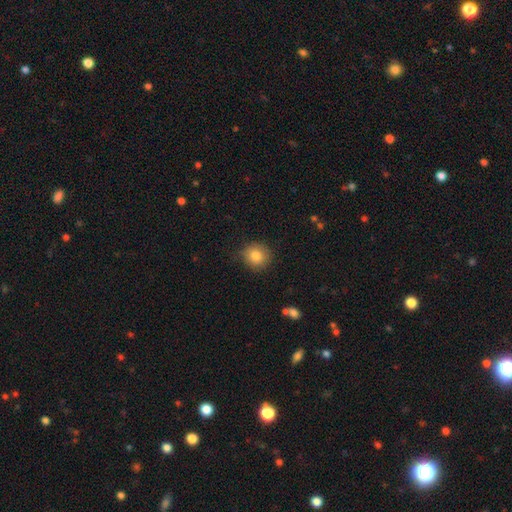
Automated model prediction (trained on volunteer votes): Smooth or featured?
  - smooth: 83% *
  - star or artifact: 10%
  - featured or disk: 7%
How rounded?
  - round: 89% *
  - in between: 10%
  - cigar-shaped: 1%
Merging?
  - none: 82% *
  - minor disturbance: 14%
  - major disturbance: 3%
  - merger: 1%